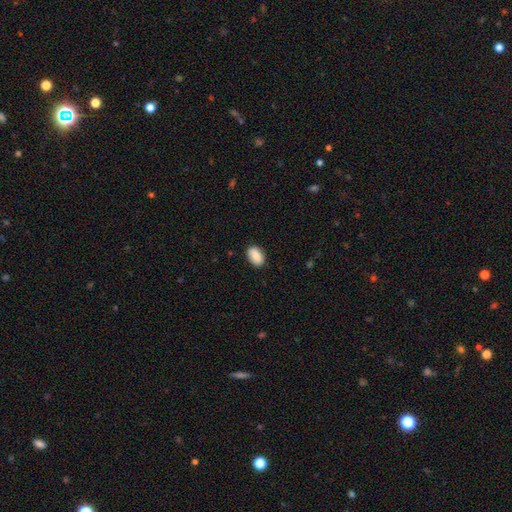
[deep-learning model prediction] Smooth or featured? Predicted: smooth (p=0.80). How rounded? Predicted: in between (p=0.88). Merging? Predicted: none (p=0.85).